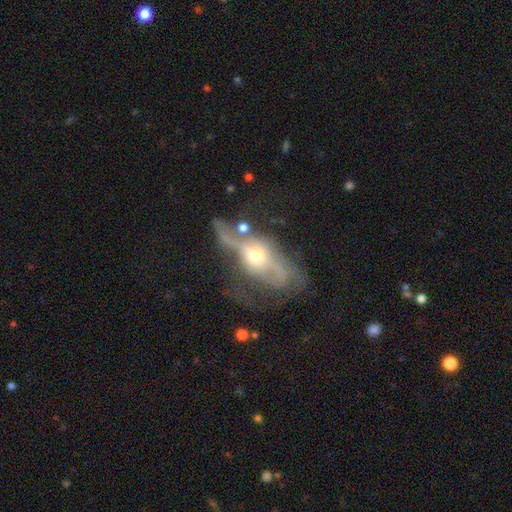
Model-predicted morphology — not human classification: A featured or disk galaxy (74%) with no bar (68%), spiral arms (66%) and a moderate central bulge (60%). Merging: major disturbance (38%).